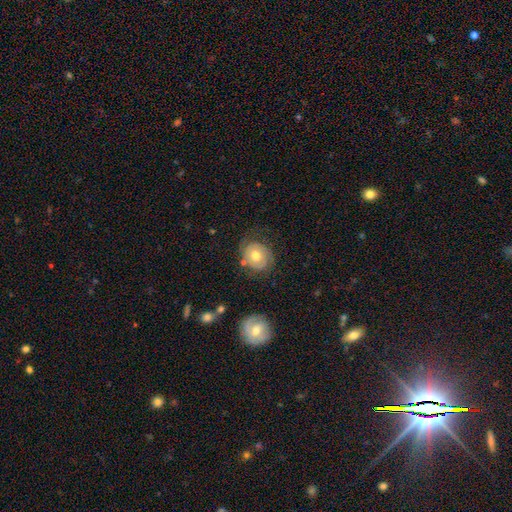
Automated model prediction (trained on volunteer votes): This is possibly a featured or disk galaxy (57%). It is clearly not viewed edge-on (97%). Bar: likely no (80%). Spiral arm pattern: likely yes (80%). Central bulge: likely moderate (75%). Merging: likely none (66%).